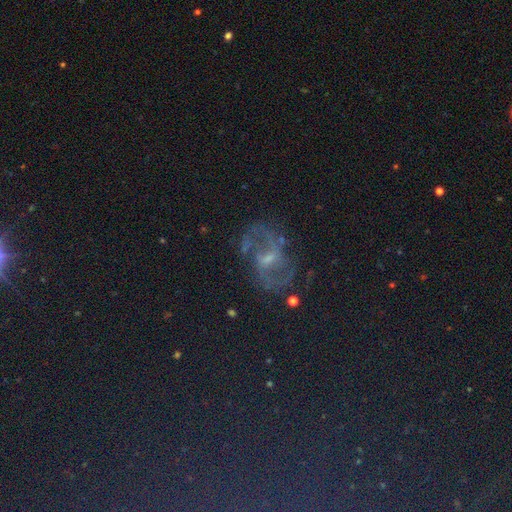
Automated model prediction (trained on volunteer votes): Smooth or featured: featured or disk — 46% (star or artifact — 38%)
Merging: none — 74% (minor disturbance — 14%)